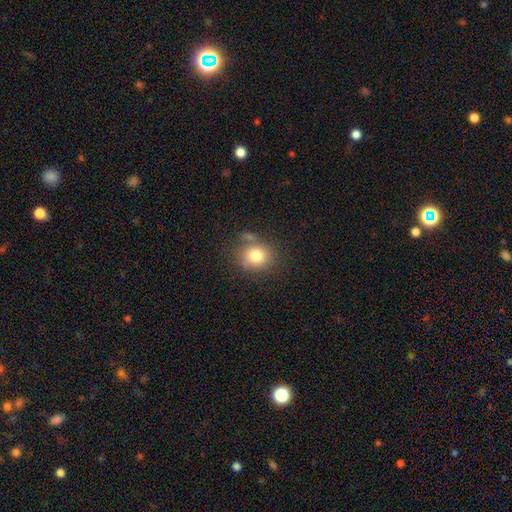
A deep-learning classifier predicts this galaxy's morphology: Smooth or featured?
  - smooth: 78% *
  - star or artifact: 11%
  - featured or disk: 11%
How rounded?
  - round: 75% *
  - in between: 24%
  - cigar-shaped: 1%
Merging?
  - none: 68% *
  - minor disturbance: 16%
  - merger: 11%
  - major disturbance: 5%